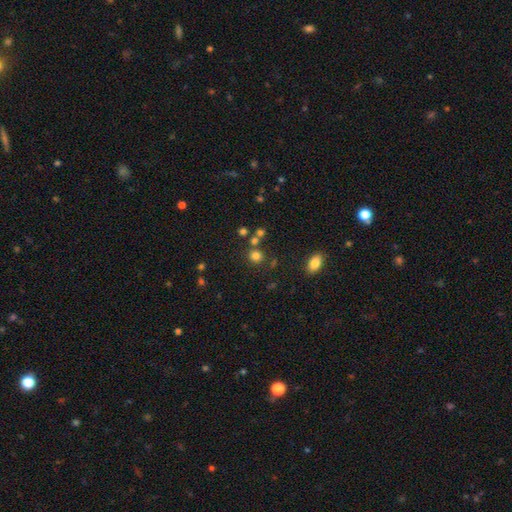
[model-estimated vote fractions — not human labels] Smooth or featured? smooth (77%)
How rounded? round (86%)
Merging? none (75%)